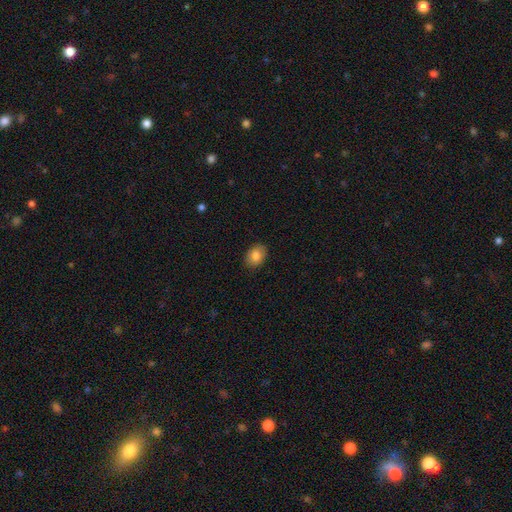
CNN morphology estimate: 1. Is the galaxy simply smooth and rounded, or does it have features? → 84% smooth, 9% star or artifact, 7% featured or disk.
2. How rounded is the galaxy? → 72% in between, 27% round, 1% cigar-shaped.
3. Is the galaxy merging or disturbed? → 87% none, 10% minor disturbance, 2% major disturbance, 1% merger.